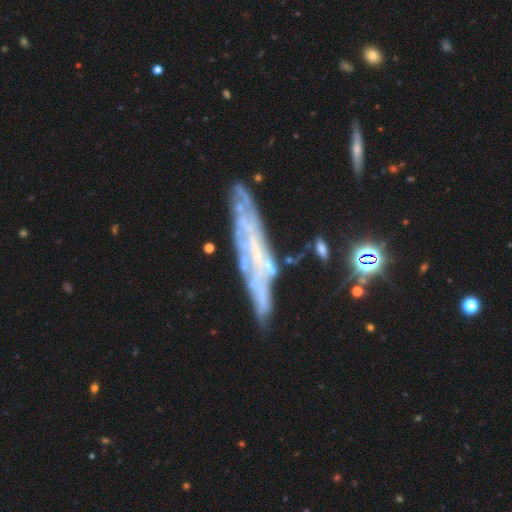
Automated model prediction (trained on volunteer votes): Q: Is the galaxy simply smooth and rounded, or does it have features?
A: featured or disk — 73%.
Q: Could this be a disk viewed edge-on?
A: yes — 52%.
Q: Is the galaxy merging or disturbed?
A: none — 69%.